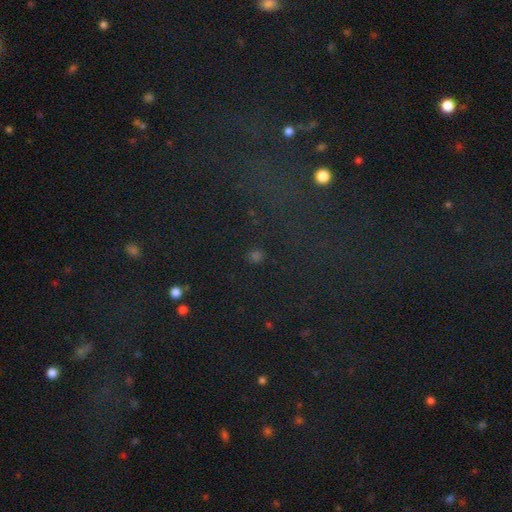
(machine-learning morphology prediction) Smooth or featured: smooth — 55% (star or artifact — 38%)
How rounded: round — 75% (in between — 23%)
Merging: none — 85% (minor disturbance — 8%)